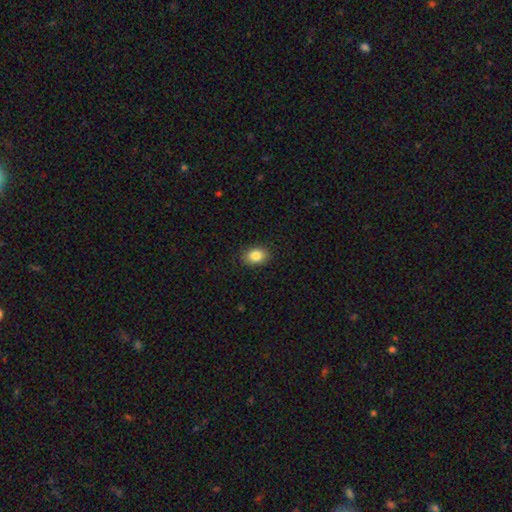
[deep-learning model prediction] smooth-or-featured: smooth: 85% | star or artifact: 8% | featured or disk: 7%
  how-rounded: in between: 74% | round: 25% | cigar-shaped: 1%
  merging: none: 88% | minor disturbance: 9% | major disturbance: 2% | merger: 1%